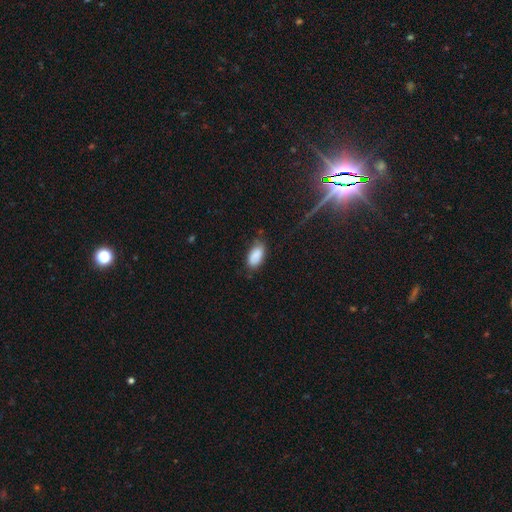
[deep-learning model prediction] This appears to be a smooth galaxy with no disk features (85%) that is in between round and cigar-shaped (93%). Merging: none (66%).